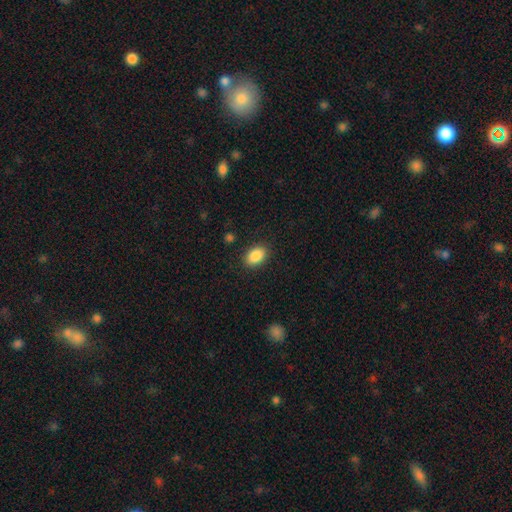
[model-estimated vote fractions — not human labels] smooth-or-featured: smooth: 88% | star or artifact: 7% | featured or disk: 4%
  how-rounded: in between: 88% | round: 10% | cigar-shaped: 1%
  merging: none: 88% | minor disturbance: 8% | major disturbance: 3% | merger: 1%